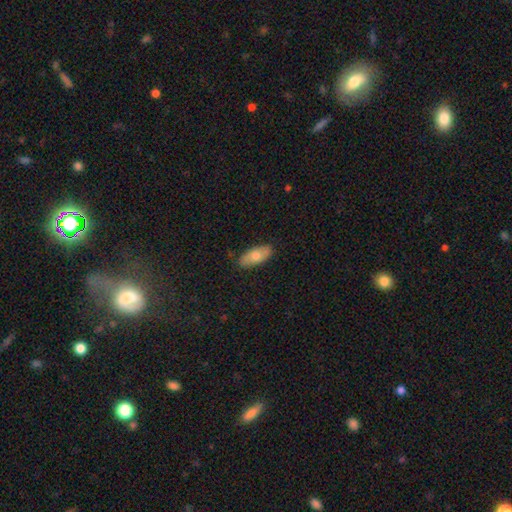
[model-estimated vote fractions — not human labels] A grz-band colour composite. It shows a smooth galaxy with no disk features (71%) that is in between round and cigar-shaped (84%). Merging: none (86%).